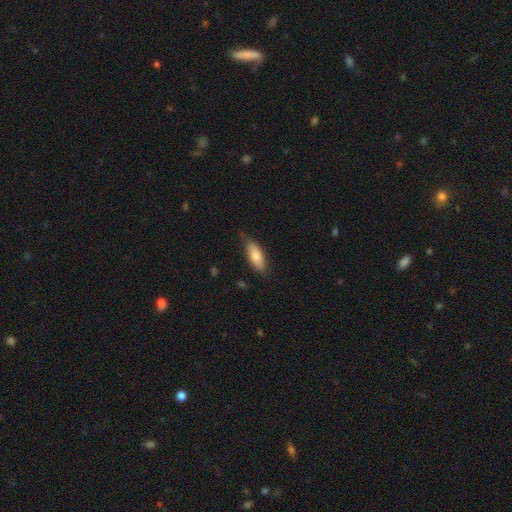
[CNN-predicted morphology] This appears to be a smooth galaxy with no disk features (77%) that is in between round and cigar-shaped (75%). Merging: none (76%).